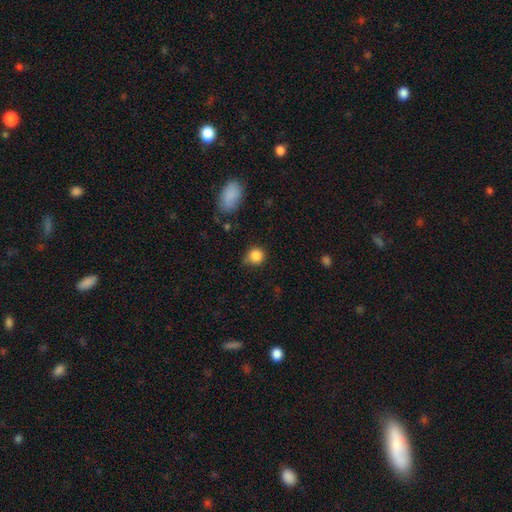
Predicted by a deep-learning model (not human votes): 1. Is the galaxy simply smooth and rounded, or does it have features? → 85% smooth, 10% star or artifact, 5% featured or disk.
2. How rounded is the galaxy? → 83% round, 16% in between, 1% cigar-shaped.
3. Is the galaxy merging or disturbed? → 61% none, 29% minor disturbance, 7% major disturbance, 3% merger.